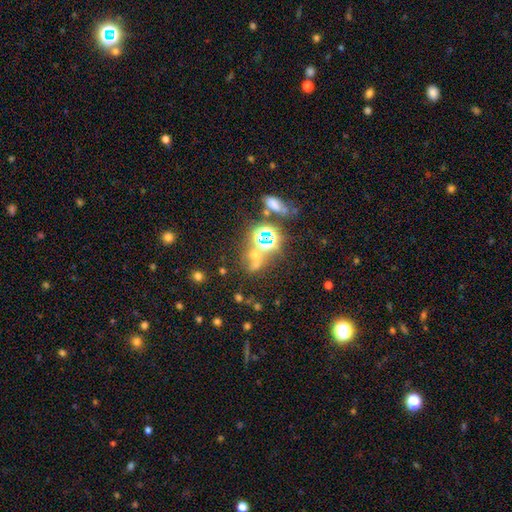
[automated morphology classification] smooth-or-featured: star or artifact: 62% | smooth: 27% | featured or disk: 11%